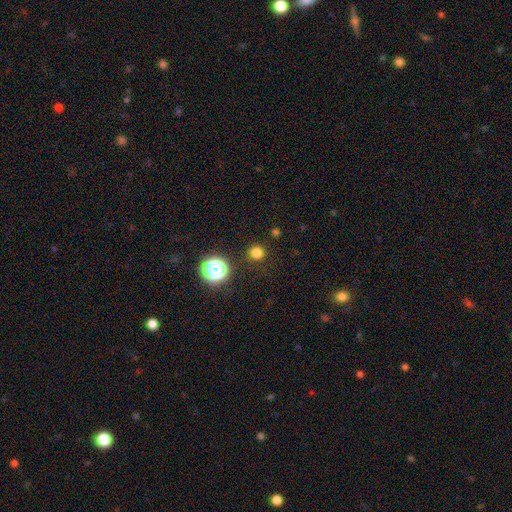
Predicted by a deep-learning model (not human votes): Smooth or featured?
  - star or artifact: 65% *
  - smooth: 28%
  - featured or disk: 7%